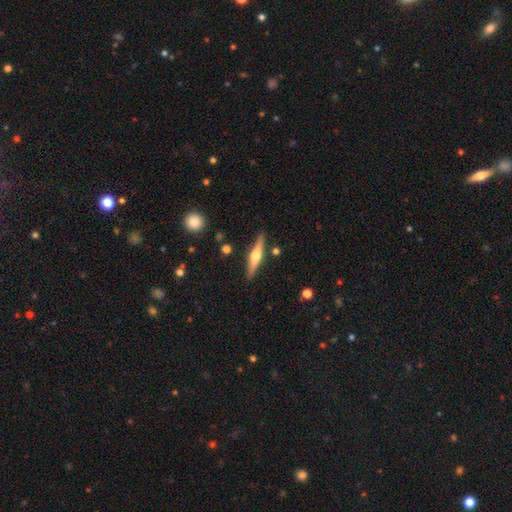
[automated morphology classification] A featured or disk galaxy (66%) viewed edge-on (97%) with a rounded central bulge (92%).

Vote fractions:
- Smooth or featured? featured or disk: 66% / smooth: 28% / star or artifact: 6%
- Edge-on disk? yes: 97% / no: 3%
- Edge-on bulge? rounded: 92% / boxy: 5% / none: 3%
- Merging? none: 88% / minor disturbance: 8% / merger: 2% / major disturbance: 2%